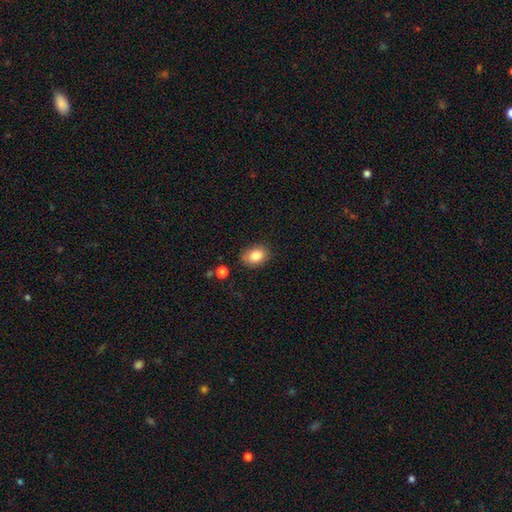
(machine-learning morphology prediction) smooth-or-featured: smooth: 84% | star or artifact: 9% | featured or disk: 7%
  how-rounded: in between: 68% | round: 31% | cigar-shaped: 1%
  merging: none: 82% | minor disturbance: 13% | major disturbance: 3% | merger: 2%